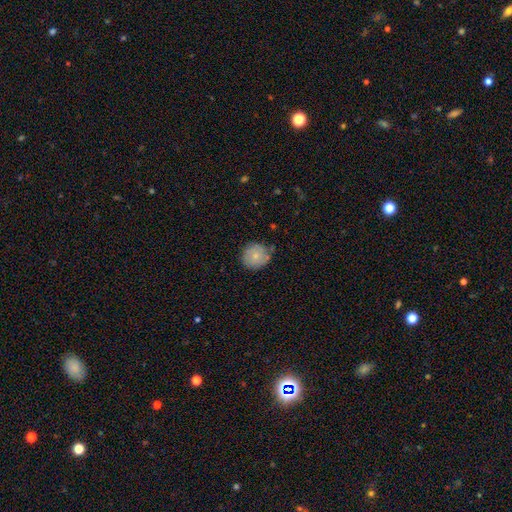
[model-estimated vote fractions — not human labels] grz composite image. It shows a smooth galaxy with no disk features (70%) that is round (88%). Merging: none (68%).